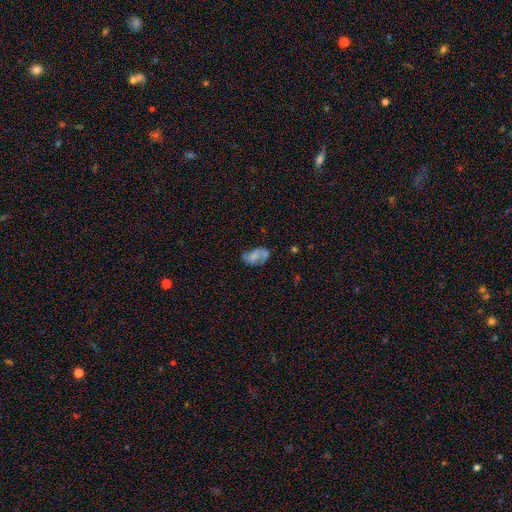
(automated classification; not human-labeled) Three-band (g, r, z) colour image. It shows a smooth galaxy with no disk features (48%). Merging: none (43%).